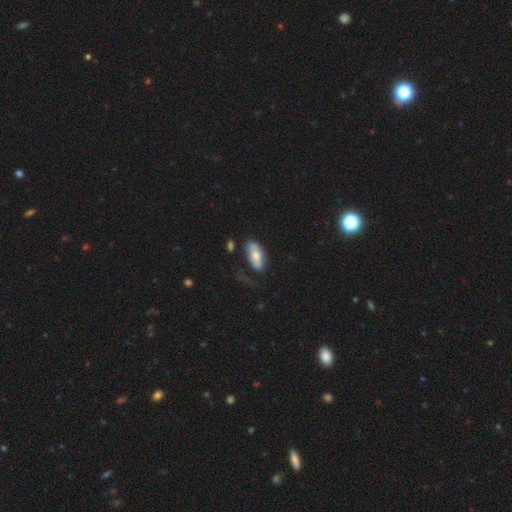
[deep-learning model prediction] Morphology: type=smooth (66%); roundness=in between (87%); merging=none (55%).